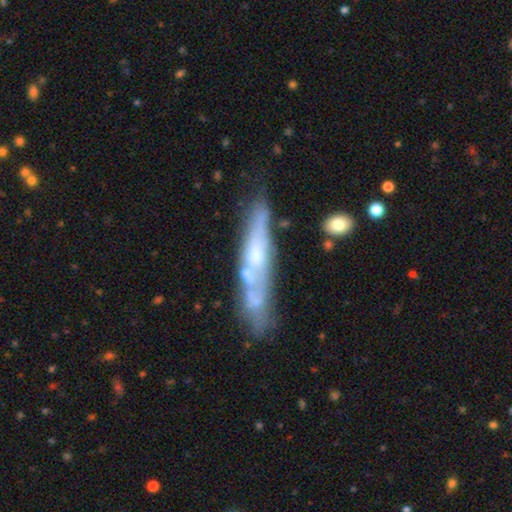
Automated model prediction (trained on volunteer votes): A featured or disk galaxy (66%) viewed edge-on (63%).

Vote fractions:
- Smooth or featured? featured or disk: 66% / smooth: 27% / star or artifact: 7%
- Edge-on disk? yes: 63% / no: 37%
- Merging? none: 60% / minor disturbance: 20% / merger: 12% / major disturbance: 7%